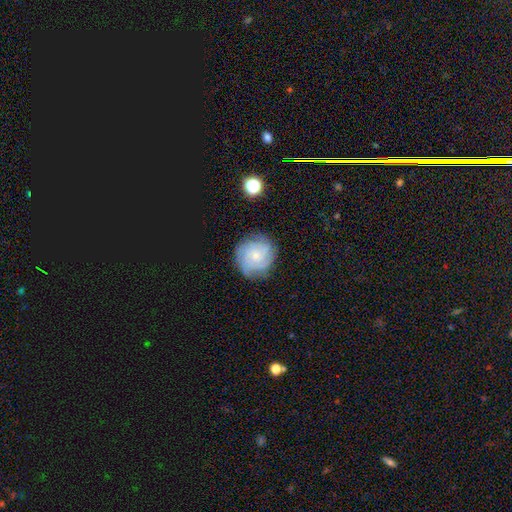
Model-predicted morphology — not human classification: featured or disk 70%, smooth 21%, star or artifact 9%. Down the decision tree: edge-on disk — no (98%); bar — no (79%); spiral arms — yes (95%); spiral arm count — can't tell (30%); spiral winding — tight (71%); bulge size — small (70%); merging — none (81%).